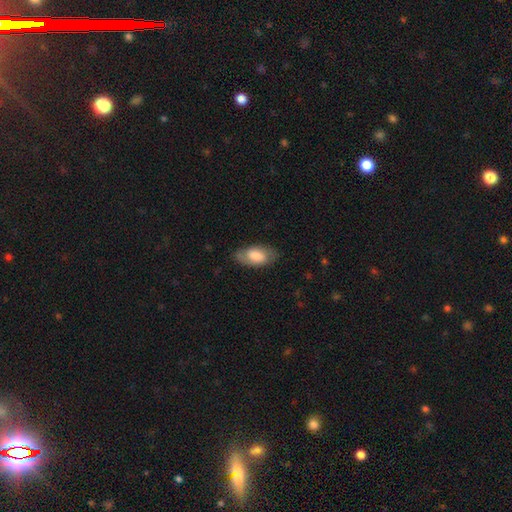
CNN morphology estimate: Q: Smooth or featured?
A: smooth (63%); runner-up: featured or disk (31%)
Q: How rounded?
A: in between (92%); runner-up: cigar-shaped (4%)
Q: Merging?
A: none (76%); runner-up: minor disturbance (18%)